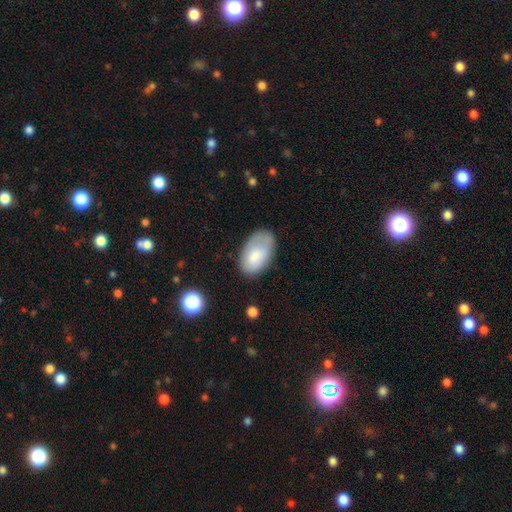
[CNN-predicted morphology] A smooth galaxy with no disk features (78%) that is in between round and cigar-shaped (94%).

Vote fractions:
- Smooth or featured? smooth: 78% / featured or disk: 15% / star or artifact: 7%
- How rounded? in between: 94% / round: 5% / cigar-shaped: 1%
- Merging? none: 61% / minor disturbance: 26% / major disturbance: 9% / merger: 3%